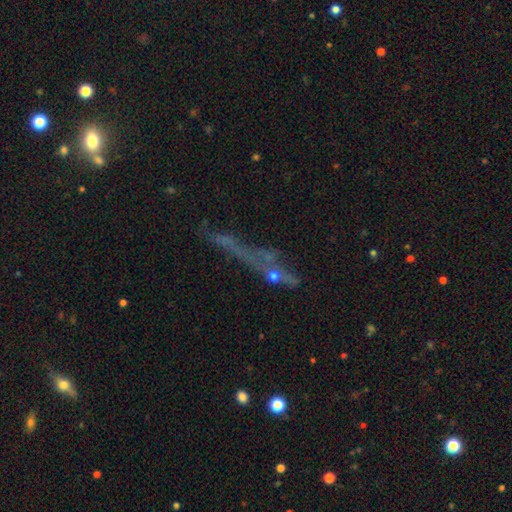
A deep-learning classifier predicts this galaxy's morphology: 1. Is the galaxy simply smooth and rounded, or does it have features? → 37% star or artifact, 33% featured or disk, 31% smooth.